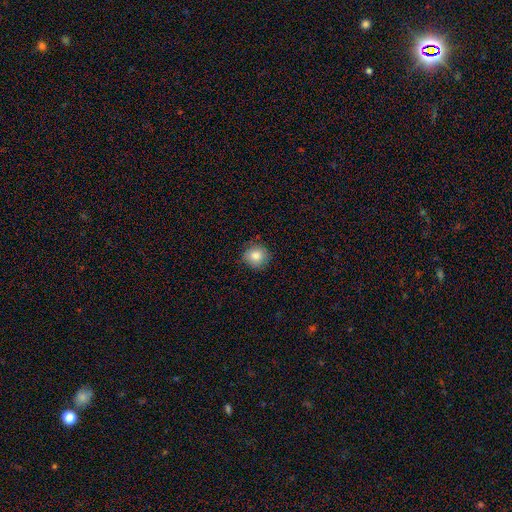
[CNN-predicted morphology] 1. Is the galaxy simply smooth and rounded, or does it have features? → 83% smooth, 9% star or artifact, 7% featured or disk.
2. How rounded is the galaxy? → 91% round, 8% in between, 1% cigar-shaped.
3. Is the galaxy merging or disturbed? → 86% none, 11% minor disturbance, 2% major disturbance, 1% merger.